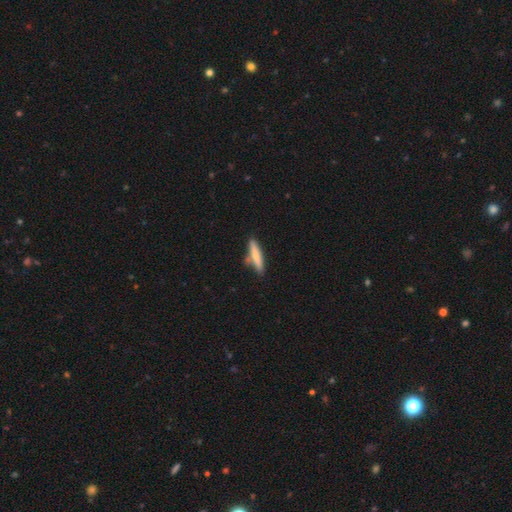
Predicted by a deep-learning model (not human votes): smooth_or_featured: smooth (p=0.70) [alt: featured or disk p=0.24]
how_rounded: cigar-shaped (p=0.88) [alt: in between p=0.10]
merging: none (p=0.74) [alt: minor disturbance p=0.14]